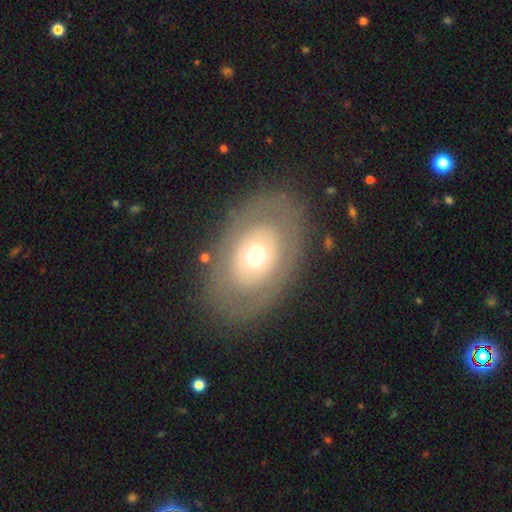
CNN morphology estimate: Smooth or featured?
  - smooth: 48% *
  - featured or disk: 44%
  - star or artifact: 8%
Merging?
  - none: 82% *
  - minor disturbance: 10%
  - major disturbance: 7%
  - merger: 2%